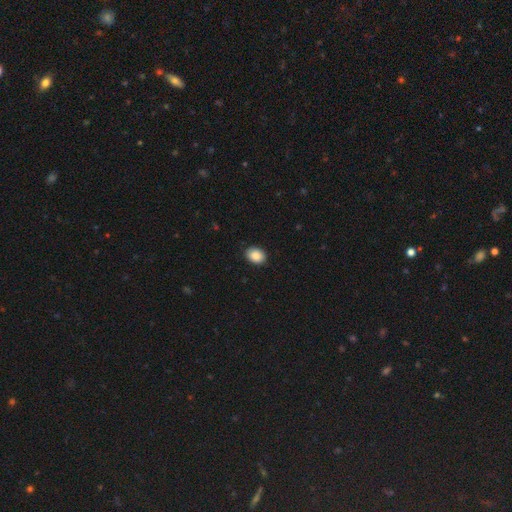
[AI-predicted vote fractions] Overall: smooth (89%). How rounded: in between (66%; round 33%). Merging: none (87%).